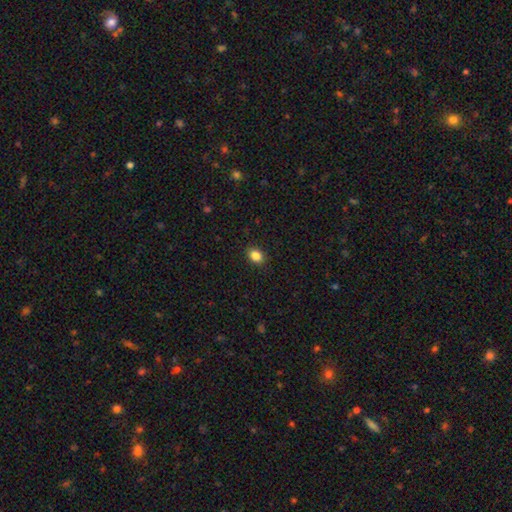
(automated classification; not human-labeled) Q: Smooth or featured?
A: smooth (86%); runner-up: star or artifact (10%)
Q: How rounded?
A: in between (71%); runner-up: round (28%)
Q: Merging?
A: none (89%); runner-up: minor disturbance (8%)